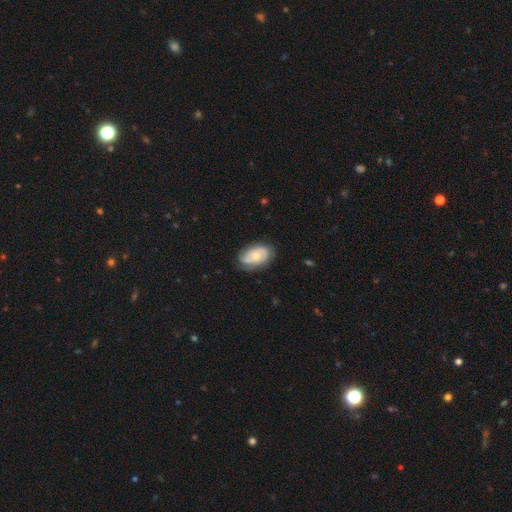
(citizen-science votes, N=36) A featured or disk galaxy (75%) with no bar (54%), tight (61%) spiral arms (88%) and a moderate central bulge (65%).

Vote fractions:
- Smooth or featured? featured or disk: 75% / smooth: 19% / star or artifact: 6%
- Edge-on disk? no: 96% / yes: 4%
- Bar? no: 54% / weak: 35% / strong: 12%
- Spiral arms? yes: 88% / no: 12%
- Spiral winding? tight: 61% / medium: 26% / loose: 13%
- Spiral arm count? can't tell: 43% / 2: 35% / 1: 9% / 4: 9% / 3: 4% / more than 4: 0%
- Bulge size? moderate: 65% / small: 23% / dominant: 4% / large: 4% / none: 4%
- Merging? none: 79% / minor disturbance: 15% / major disturbance: 6% / merger: 0%